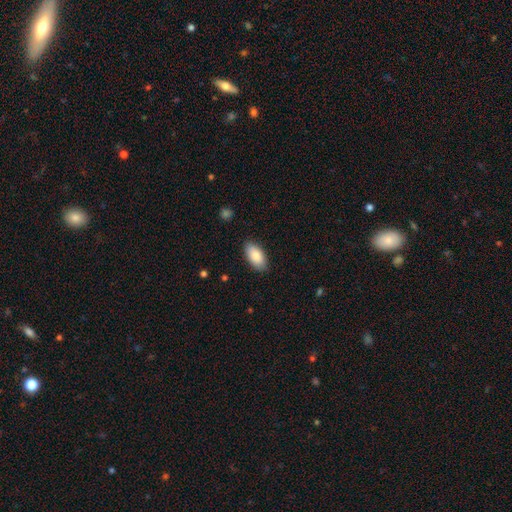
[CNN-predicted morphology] smooth_or_featured: smooth (p=0.86) [alt: featured or disk p=0.08]
how_rounded: in between (p=0.94) [alt: cigar-shaped p=0.04]
merging: none (p=0.86) [alt: minor disturbance p=0.10]